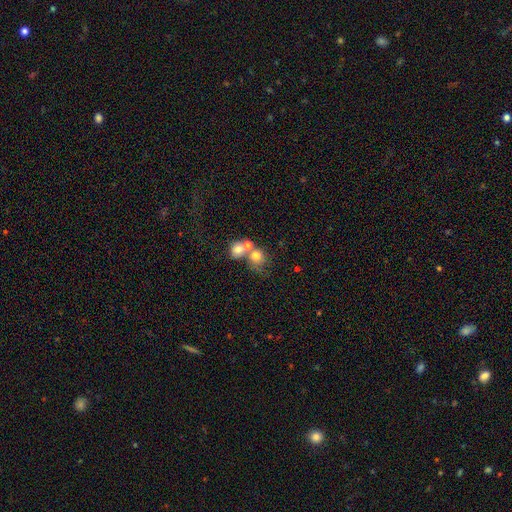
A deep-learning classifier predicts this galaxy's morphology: A smooth galaxy with no disk features (69%) that is round (77%). Merging: merger (57%).